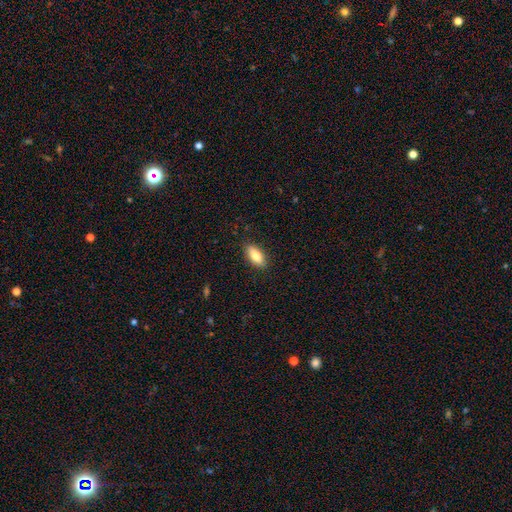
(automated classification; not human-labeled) smooth 81%, featured or disk 13%, star or artifact 7%. Down the decision tree: how rounded — in between (80%); merging — none (88%).